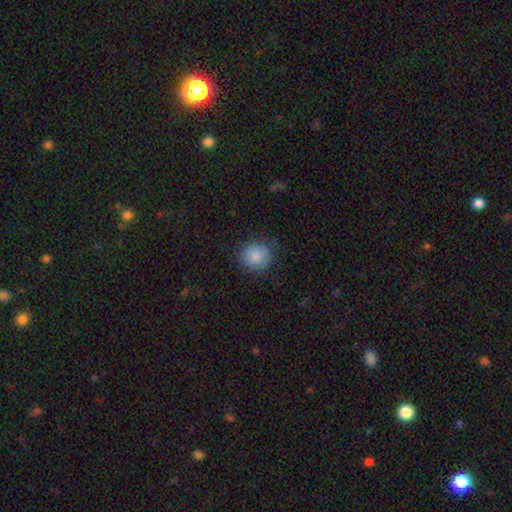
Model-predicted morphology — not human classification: A smooth galaxy with no disk features (86%) that is round (88%).

Vote fractions:
- Smooth or featured? smooth: 86% / star or artifact: 8% / featured or disk: 6%
- How rounded? round: 88% / in between: 11% / cigar-shaped: 1%
- Merging? none: 81% / minor disturbance: 14% / major disturbance: 4% / merger: 1%